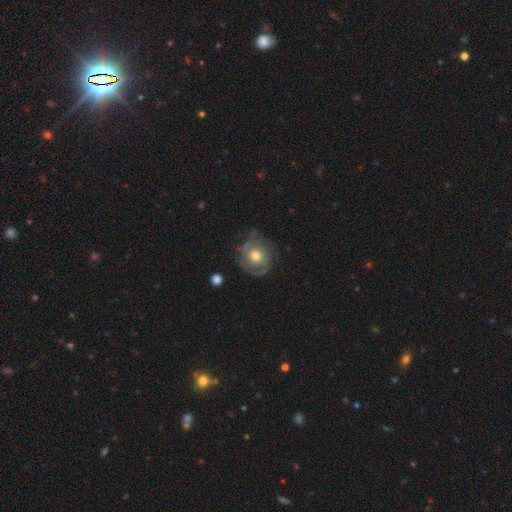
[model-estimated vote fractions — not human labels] Smooth or featured? featured or disk (56%)
Edge-on disk? no (97%)
Bar? no (83%)
Spiral arms? yes (69%)
Bulge size? moderate (70%)
Merging? none (63%)